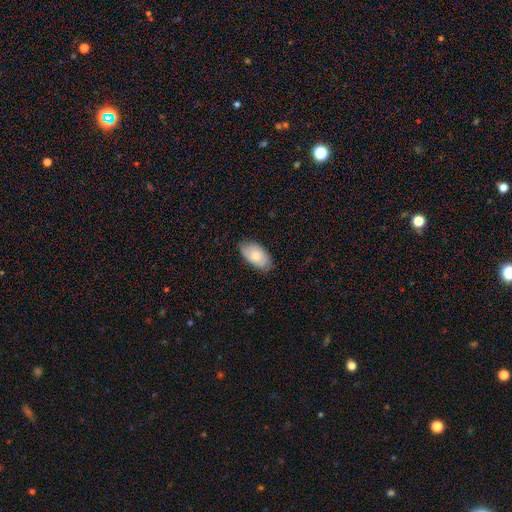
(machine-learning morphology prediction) The model was most divided on "merging": none: 76%, minor disturbance: 20%, major disturbance: 3%, merger: 1%. More confident: how rounded — in between (94%); smooth or featured — smooth (76%).